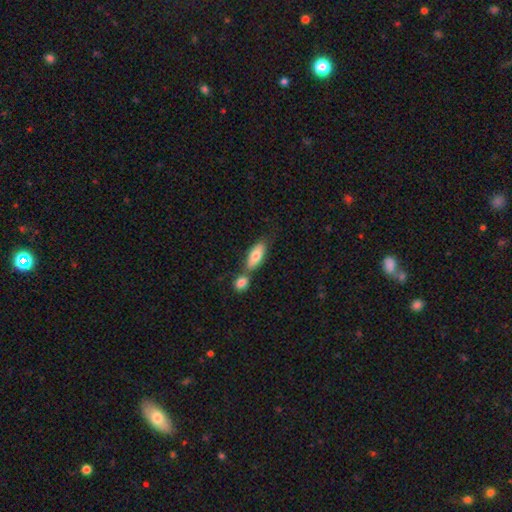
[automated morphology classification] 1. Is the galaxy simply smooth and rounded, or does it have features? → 74% smooth, 20% featured or disk, 6% star or artifact.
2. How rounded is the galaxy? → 78% in between, 19% cigar-shaped, 3% round.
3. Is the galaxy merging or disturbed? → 43% none, 42% merger, 12% minor disturbance, 4% major disturbance.